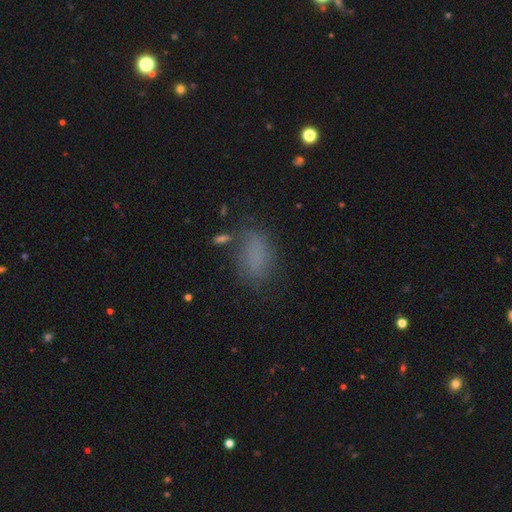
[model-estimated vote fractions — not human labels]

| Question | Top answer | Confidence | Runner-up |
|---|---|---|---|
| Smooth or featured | smooth | 75% | star or artifact (15%) |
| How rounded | in between | 87% | round (10%) |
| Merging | none | 62% | minor disturbance (21%) |